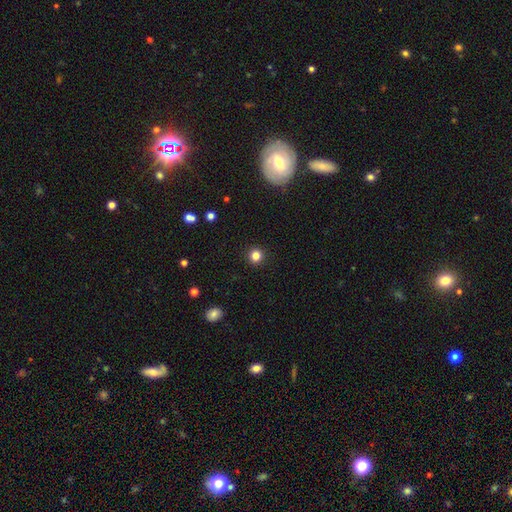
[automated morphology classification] Smooth or featured?
  - smooth: 83% *
  - star or artifact: 13%
  - featured or disk: 4%
How rounded?
  - round: 94% *
  - in between: 5%
  - cigar-shaped: 1%
Merging?
  - none: 93% *
  - minor disturbance: 4%
  - major disturbance: 2%
  - merger: 1%